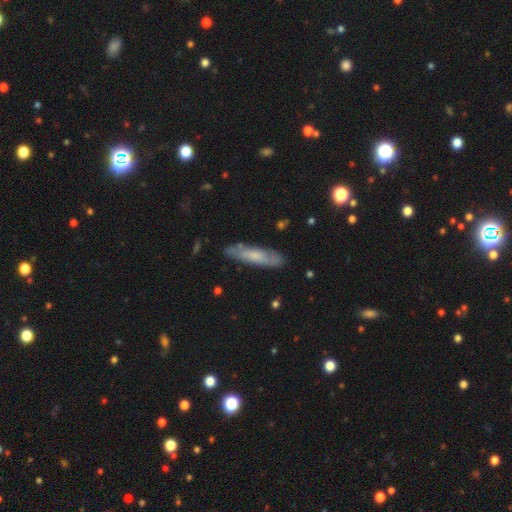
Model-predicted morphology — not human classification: Smooth or featured: smooth — 54% (featured or disk — 40%)
How rounded: cigar-shaped — 77% (in between — 21%)
Merging: none — 80% (minor disturbance — 15%)